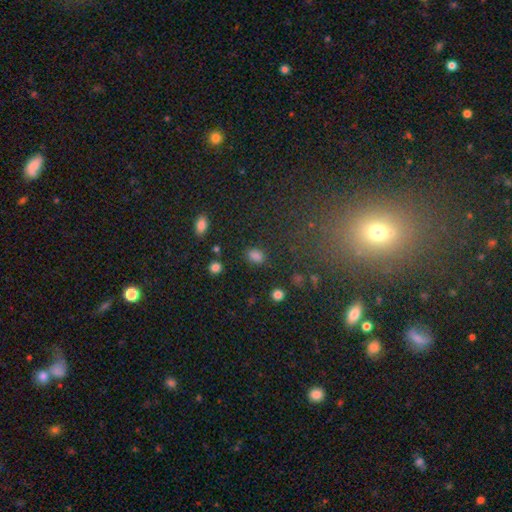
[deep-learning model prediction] This appears to be a smooth galaxy with no disk features (73%) that is in between round and cigar-shaped (68%). Merging: none (82%).